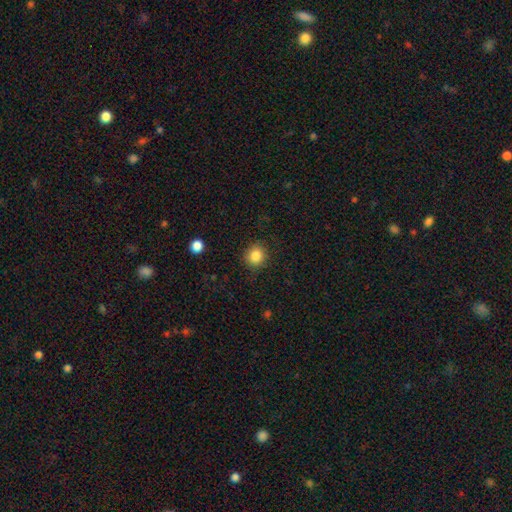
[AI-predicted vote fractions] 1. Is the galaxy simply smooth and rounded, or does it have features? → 85% smooth, 10% star or artifact, 5% featured or disk.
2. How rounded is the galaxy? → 85% round, 14% in between, 1% cigar-shaped.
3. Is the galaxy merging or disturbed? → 88% none, 9% minor disturbance, 3% major disturbance, 1% merger.